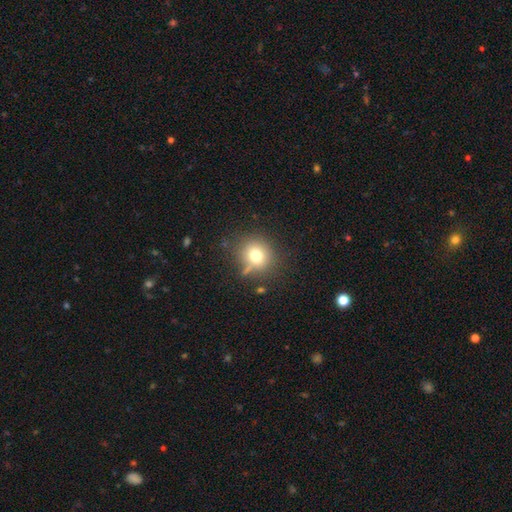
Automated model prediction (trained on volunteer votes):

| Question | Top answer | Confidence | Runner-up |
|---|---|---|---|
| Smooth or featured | smooth | 74% | star or artifact (14%) |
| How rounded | round | 81% | in between (18%) |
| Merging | none | 74% | minor disturbance (14%) |